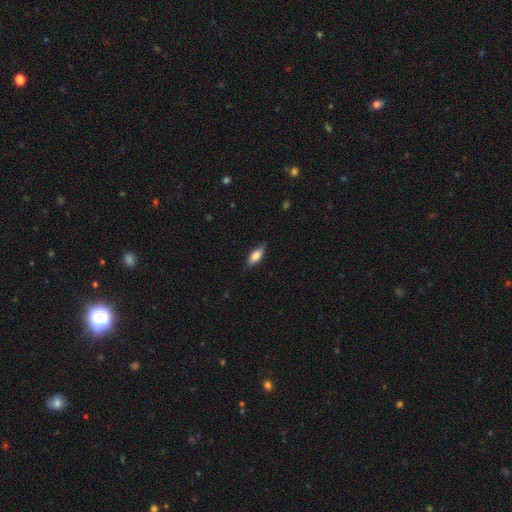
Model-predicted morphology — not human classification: A smooth galaxy with no disk features (77%) that is in between round and cigar-shaped (71%).

Vote fractions:
- Smooth or featured? smooth: 77% / featured or disk: 17% / star or artifact: 6%
- How rounded? in between: 71% / cigar-shaped: 27% / round: 2%
- Merging? none: 81% / minor disturbance: 15% / major disturbance: 3% / merger: 1%